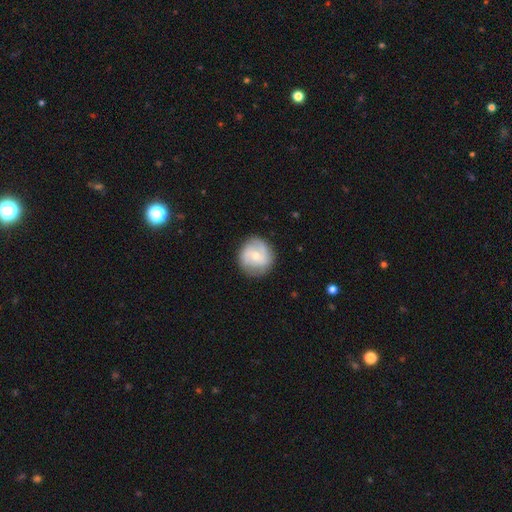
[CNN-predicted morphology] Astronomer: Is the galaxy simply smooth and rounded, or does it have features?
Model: featured or disk — 51% (runner-up: smooth, 42%).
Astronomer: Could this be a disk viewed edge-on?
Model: no — 97%.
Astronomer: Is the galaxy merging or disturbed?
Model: none — 83%.